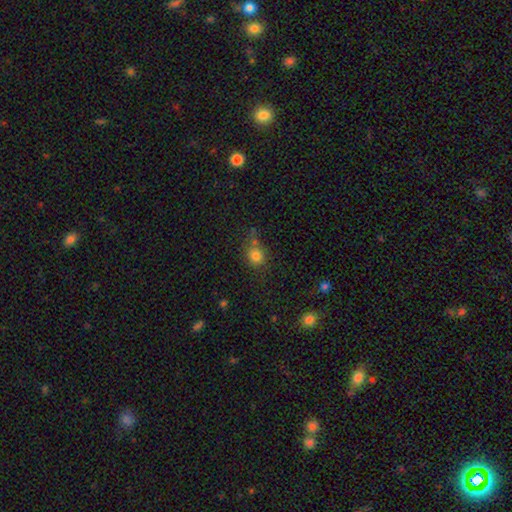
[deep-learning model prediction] Smooth or featured?
  - smooth: 79% *
  - star or artifact: 14%
  - featured or disk: 8%
How rounded?
  - round: 78% *
  - in between: 21%
  - cigar-shaped: 1%
Merging?
  - none: 59% *
  - minor disturbance: 18%
  - merger: 16%
  - major disturbance: 7%